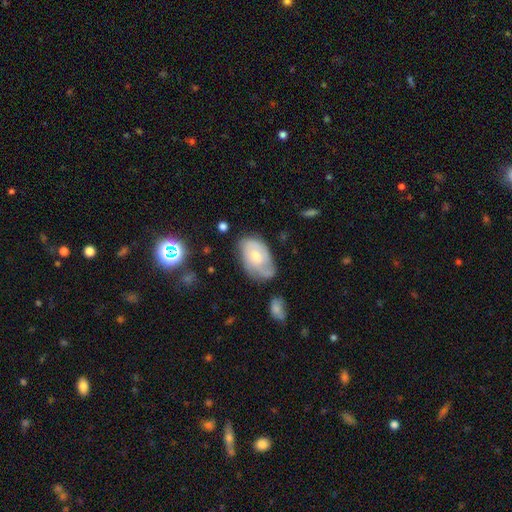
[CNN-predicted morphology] A featured or disk galaxy (54%) with no bar (70%), spiral arms (76%) and a moderate central bulge (50%).

Vote fractions:
- Smooth or featured? featured or disk: 54% / smooth: 40% / star or artifact: 7%
- Edge-on disk? no: 95% / yes: 5%
- Bar? no: 70% / weak: 27% / strong: 4%
- Spiral arms? yes: 76% / no: 24%
- Bulge size? moderate: 50% / small: 43% / large: 3% / none: 3% / dominant: 1%
- Merging? none: 53% / minor disturbance: 32% / major disturbance: 12% / merger: 4%